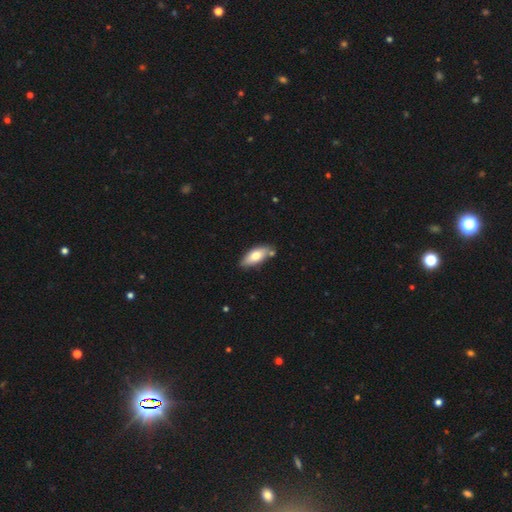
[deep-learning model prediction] Smooth or featured?
  - smooth: 72% *
  - featured or disk: 23%
  - star or artifact: 6%
How rounded?
  - in between: 79% *
  - cigar-shaped: 19%
  - round: 2%
Merging?
  - none: 74% *
  - minor disturbance: 16%
  - merger: 7%
  - major disturbance: 3%